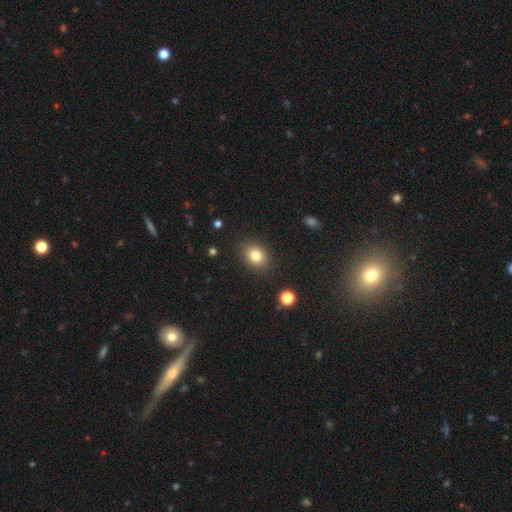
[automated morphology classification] Overall: smooth (82%). How rounded: in between (51%; round 48%). Merging: none (86%).